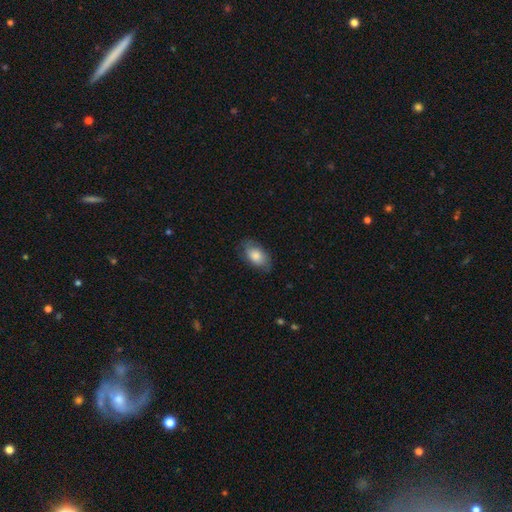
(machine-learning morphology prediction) smooth-or-featured: smooth: 80% | featured or disk: 14% | star or artifact: 6%
  how-rounded: in between: 92% | round: 6% | cigar-shaped: 2%
  merging: none: 75% | minor disturbance: 19% | major disturbance: 5% | merger: 1%